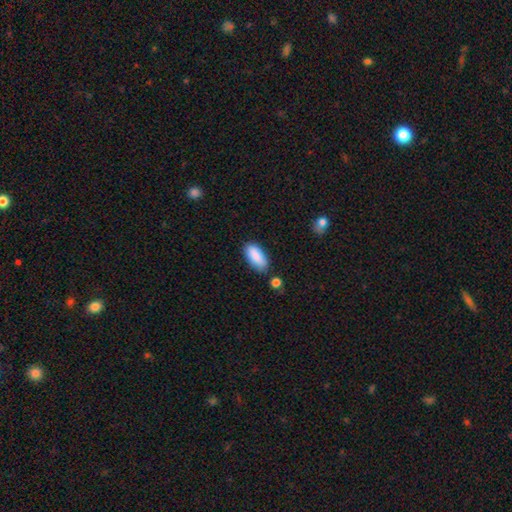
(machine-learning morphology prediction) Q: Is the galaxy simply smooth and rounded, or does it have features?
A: smooth — 88%.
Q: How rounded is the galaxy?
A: in between — 88%.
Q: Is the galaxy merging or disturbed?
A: none — 77%.